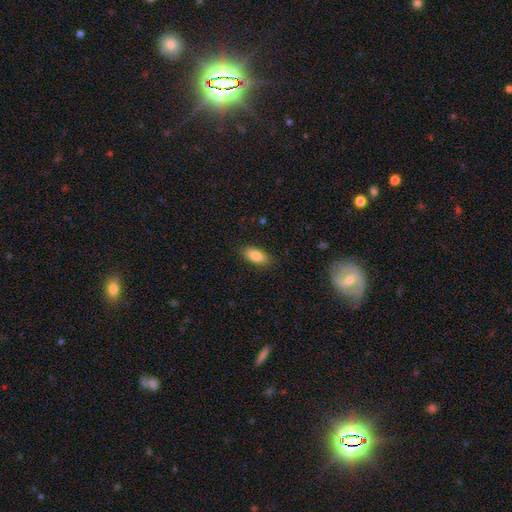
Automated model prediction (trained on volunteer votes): The model was most divided on "merging": none: 86%, minor disturbance: 11%, major disturbance: 3%, merger: 1%. More confident: how rounded — in between (88%); smooth or featured — smooth (84%).